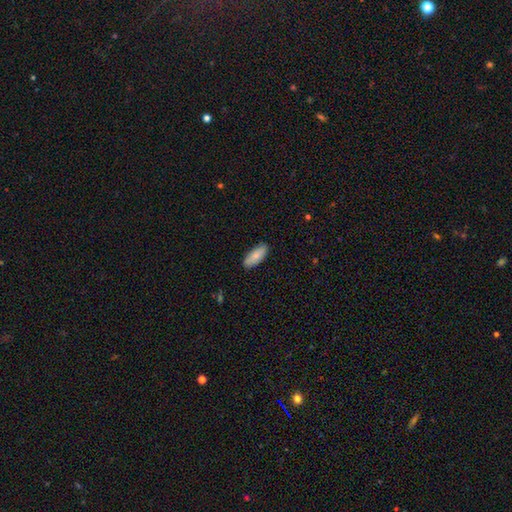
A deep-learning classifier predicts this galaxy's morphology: Smooth or featured?
  - smooth: 82% *
  - featured or disk: 12%
  - star or artifact: 6%
How rounded?
  - in between: 81% *
  - cigar-shaped: 18%
  - round: 2%
Merging?
  - none: 85% *
  - minor disturbance: 12%
  - major disturbance: 2%
  - merger: 1%